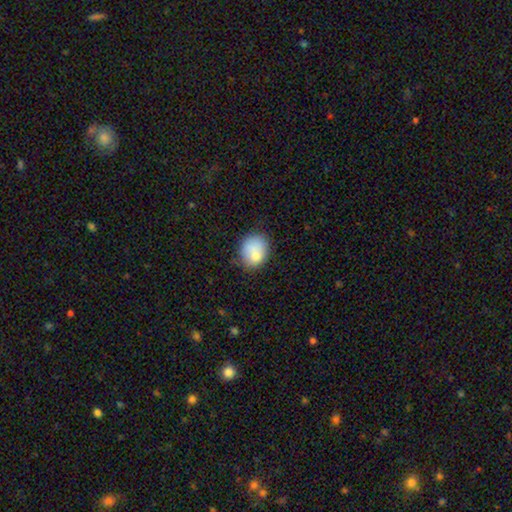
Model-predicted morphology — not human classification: smooth-or-featured: smooth: 75% | featured or disk: 16% | star or artifact: 9%
  how-rounded: round: 61% | in between: 38% | cigar-shaped: 1%
  merging: none: 55% | minor disturbance: 23% | merger: 15% | major disturbance: 7%